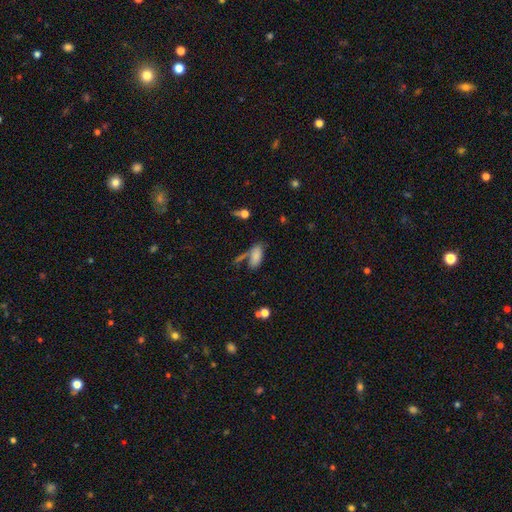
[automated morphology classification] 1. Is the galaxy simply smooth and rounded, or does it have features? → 80% smooth, 10% featured or disk, 9% star or artifact.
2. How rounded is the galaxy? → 85% in between, 11% cigar-shaped, 3% round.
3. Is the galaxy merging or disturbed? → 50% none, 22% merger, 18% minor disturbance, 10% major disturbance.